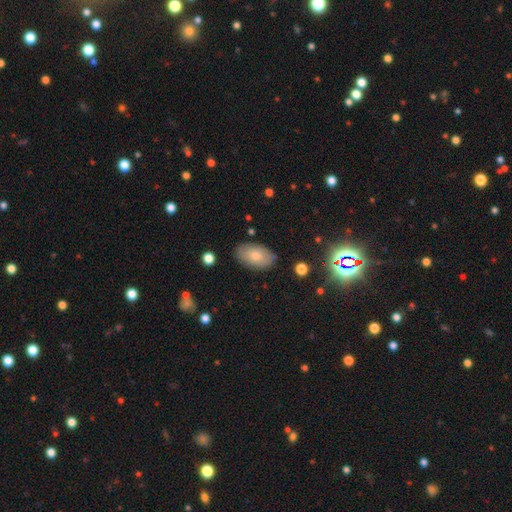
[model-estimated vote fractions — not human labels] This appears to be a smooth galaxy with no disk features (76%) that is in between round and cigar-shaped (94%). Merging: none (83%).